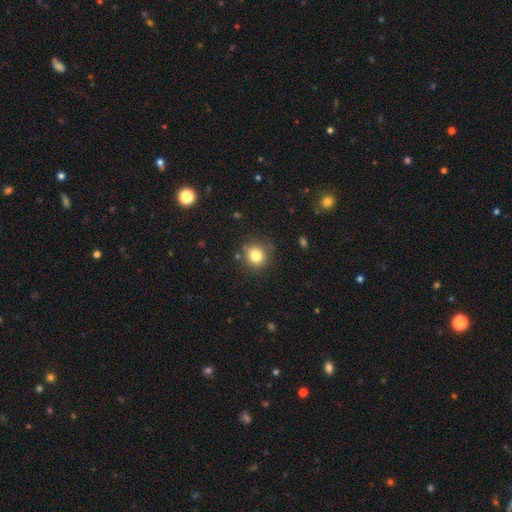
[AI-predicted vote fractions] Smooth or featured? smooth (81%)
How rounded? round (88%)
Merging? none (83%)